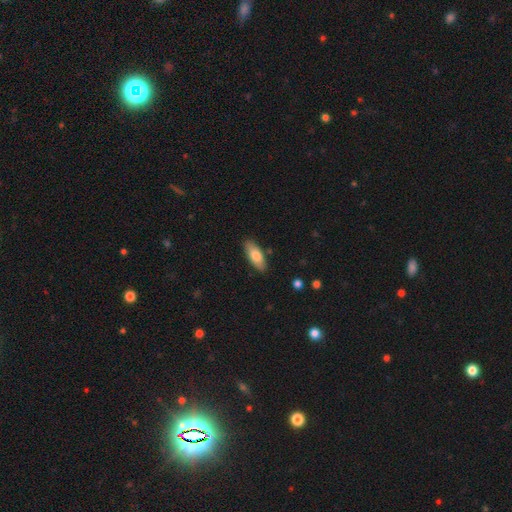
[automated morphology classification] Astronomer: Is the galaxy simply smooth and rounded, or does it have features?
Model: smooth — 79%.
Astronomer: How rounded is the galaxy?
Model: in between — 78%.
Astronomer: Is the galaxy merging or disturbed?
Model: none — 85%.